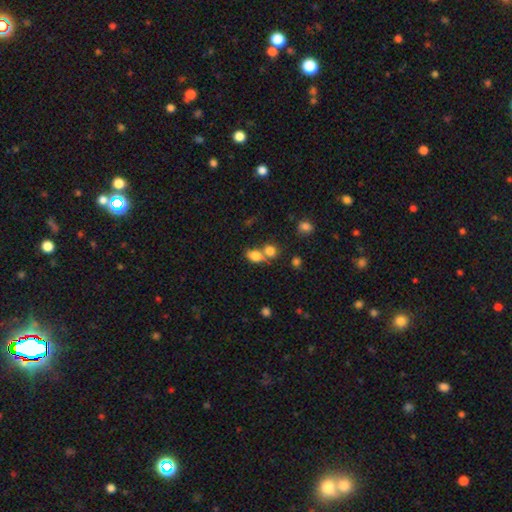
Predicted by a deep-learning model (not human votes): Smooth or featured? Predicted: smooth (p=0.80). How rounded? Predicted: in between (p=0.75). Merging? Predicted: merger (p=0.47).